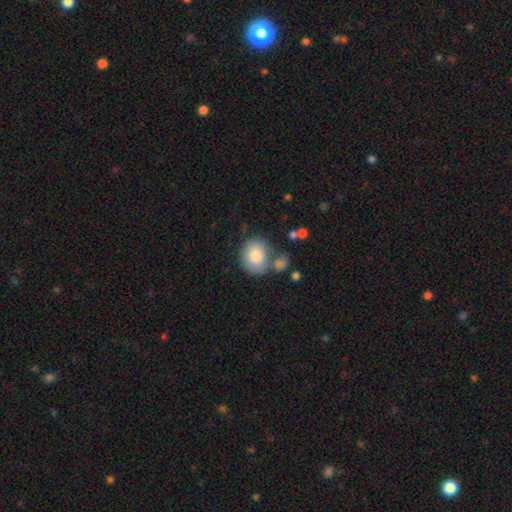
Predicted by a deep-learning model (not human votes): The model was most divided on "how rounded": round: 59%, in between: 40%, cigar-shaped: 1%. More confident: smooth or featured — smooth (84%); merging — none (55%).